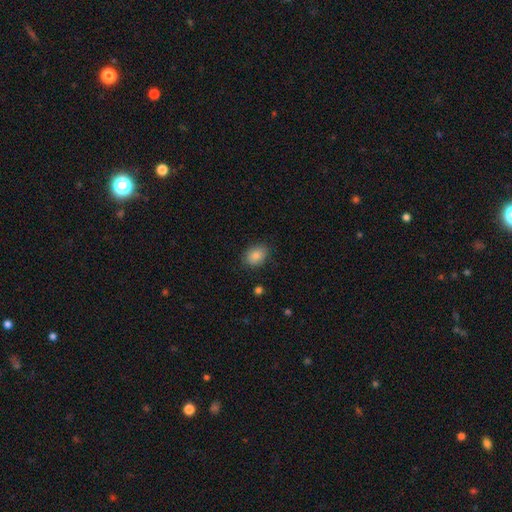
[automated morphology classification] A smooth galaxy with no disk features (87%) that is in between round and cigar-shaped (72%).

Vote fractions:
- Smooth or featured? smooth: 87% / star or artifact: 8% / featured or disk: 5%
- How rounded? in between: 72% / round: 27% / cigar-shaped: 1%
- Merging? none: 82% / minor disturbance: 13% / major disturbance: 3% / merger: 1%